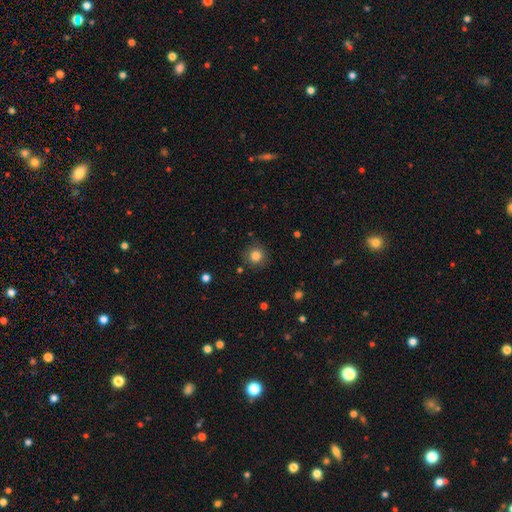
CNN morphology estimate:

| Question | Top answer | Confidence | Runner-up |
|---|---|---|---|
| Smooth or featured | smooth | 83% | star or artifact (11%) |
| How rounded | round | 93% | in between (6%) |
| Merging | none | 86% | minor disturbance (9%) |